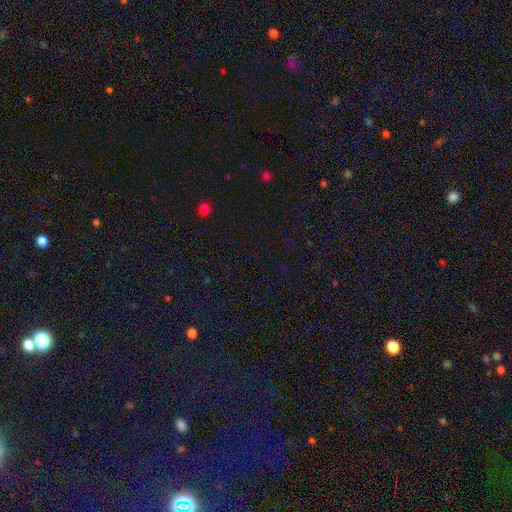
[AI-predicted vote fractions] Q: Smooth or featured?
A: star or artifact (68%); runner-up: smooth (25%)